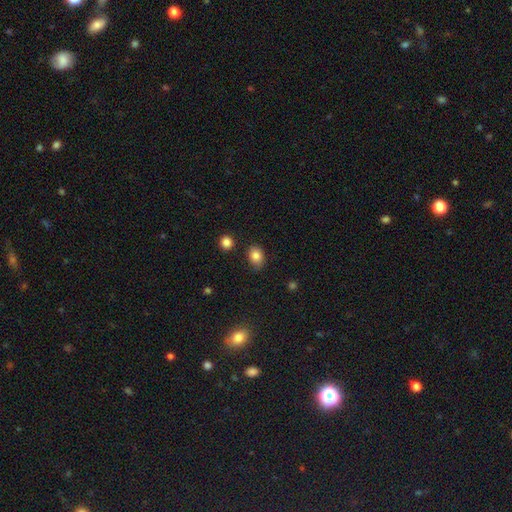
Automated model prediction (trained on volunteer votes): Overall: smooth (83%). How rounded: in between (67%; round 31%). Merging: none (73%).